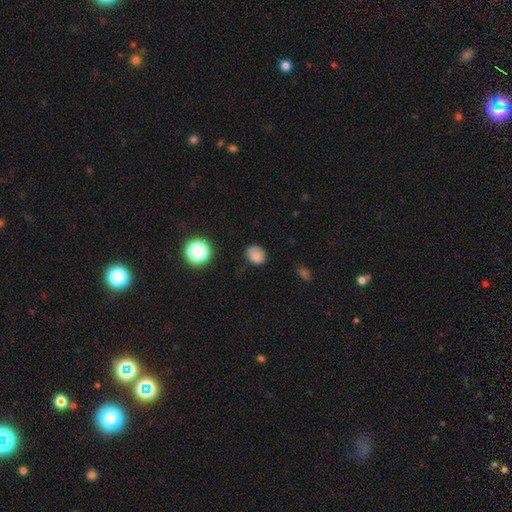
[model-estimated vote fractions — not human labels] The model was most divided on "how rounded": in between: 51%, round: 48%, cigar-shaped: 1%. More confident: smooth or featured — smooth (80%); merging — none (74%).